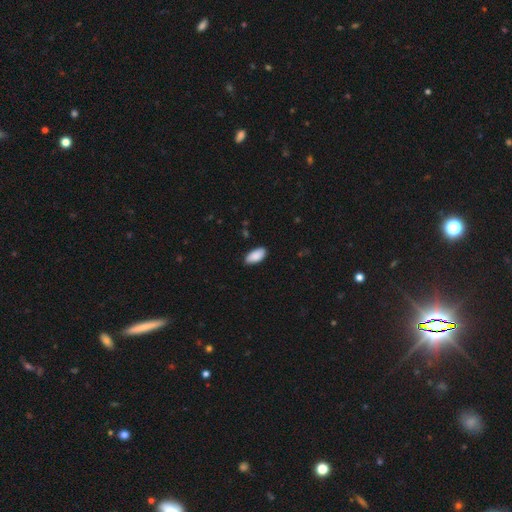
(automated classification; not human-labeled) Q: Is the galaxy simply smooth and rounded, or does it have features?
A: smooth — 89%.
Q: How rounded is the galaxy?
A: in between — 94%.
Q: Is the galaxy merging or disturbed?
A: none — 84%.